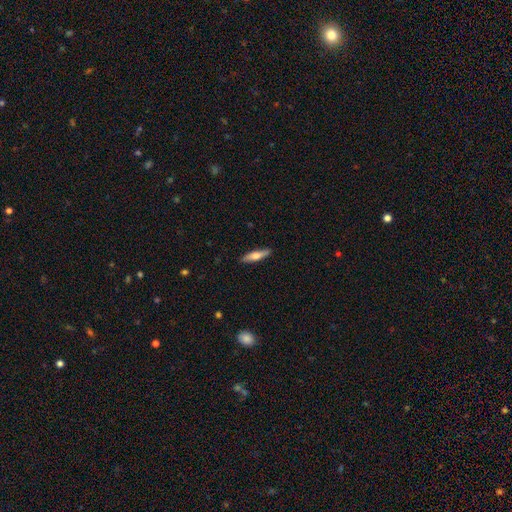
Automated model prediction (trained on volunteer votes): This is likely a smooth galaxy (61%). How rounded: likely cigar-shaped (76%). Merging: clearly none (89%).